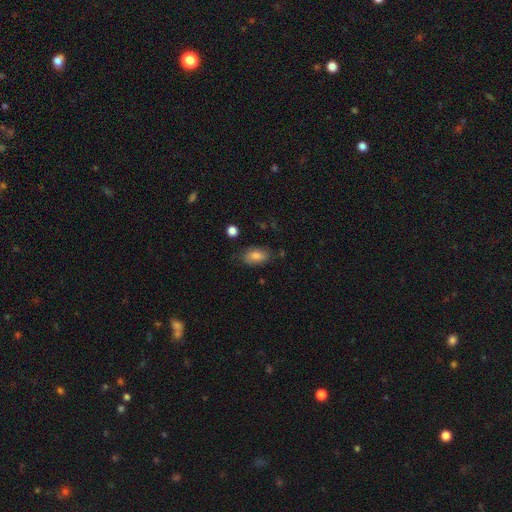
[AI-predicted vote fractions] Smooth or featured: smooth — 75% (featured or disk — 16%)
How rounded: in between — 89% (round — 8%)
Merging: none — 74% (minor disturbance — 19%)